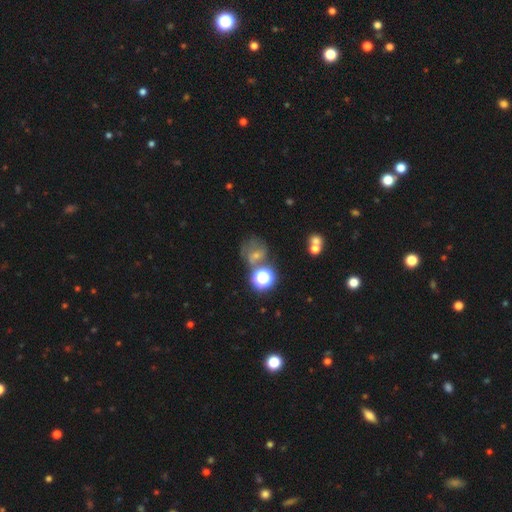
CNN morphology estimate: Q: Smooth or featured?
A: star or artifact (41%); runner-up: smooth (32%)